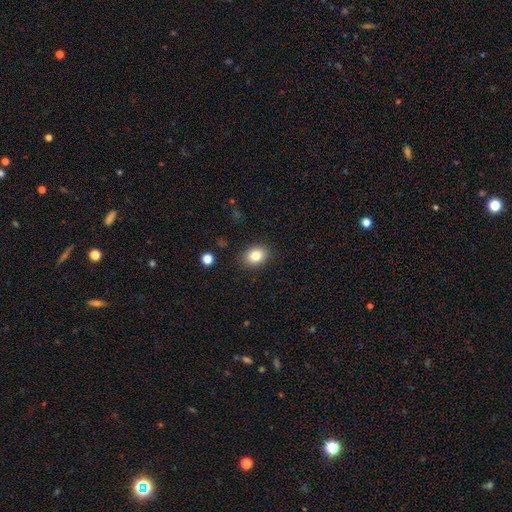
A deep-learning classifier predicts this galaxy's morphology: type=smooth (82%); roundness=in between (56%); merging=none (89%).